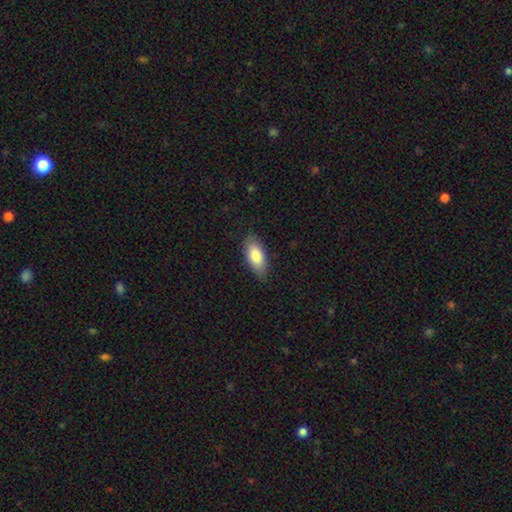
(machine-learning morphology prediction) type=smooth (82%); roundness=in between (87%); merging=none (83%).